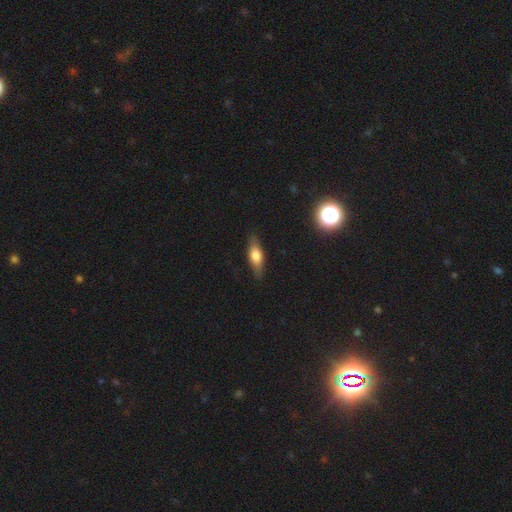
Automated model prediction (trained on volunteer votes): Smooth or featured? Predicted: smooth (p=0.62). How rounded? Predicted: in between (p=0.60). Merging? Predicted: none (p=0.84).